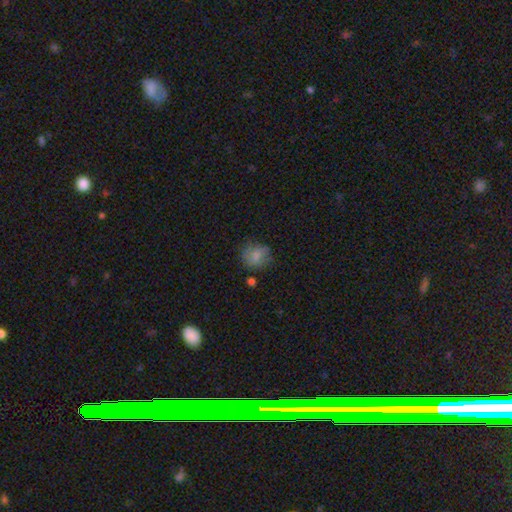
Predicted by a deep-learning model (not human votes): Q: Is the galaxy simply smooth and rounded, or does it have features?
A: smooth — 75%.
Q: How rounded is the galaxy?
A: round — 70%.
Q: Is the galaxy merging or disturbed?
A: none — 63%.